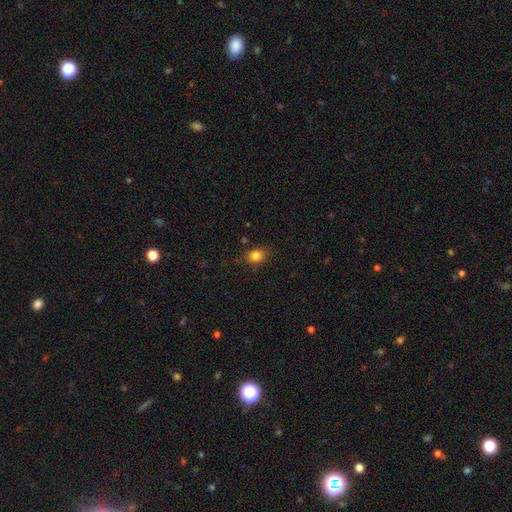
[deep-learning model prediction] The model was most divided on "how rounded": in between: 53%, round: 46%, cigar-shaped: 1%. More confident: smooth or featured — smooth (83%); merging — none (78%).